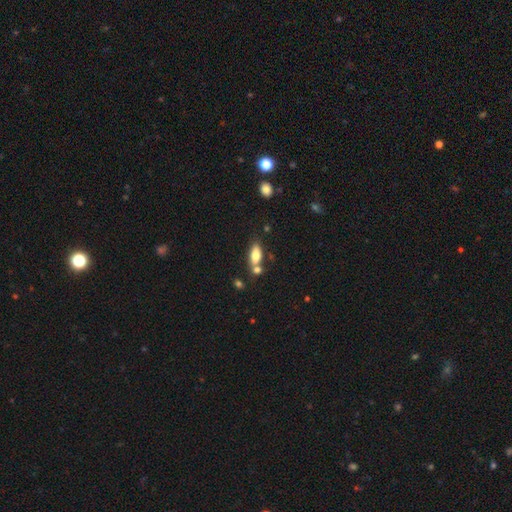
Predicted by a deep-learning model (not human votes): Overall: smooth (75%). How rounded: in between (82%). Merging: none (56%; merger 27%).